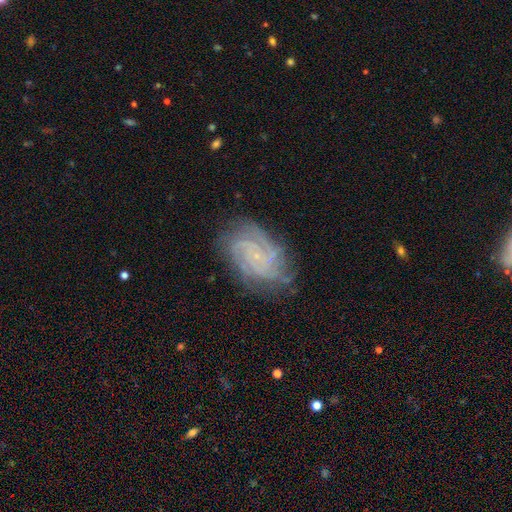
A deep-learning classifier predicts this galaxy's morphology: Smooth or featured?
  - featured or disk: 82% *
  - smooth: 10%
  - star or artifact: 8%
Edge-on disk?
  - no: 97% *
  - yes: 3%
Bar?
  - no: 66% *
  - weak: 28%
  - strong: 6%
Spiral arms?
  - yes: 97% *
  - no: 3%
Spiral winding?
  - tight: 60% *
  - medium: 32%
  - loose: 7%
Spiral arm count?
  - can't tell: 24% *
  - 3: 23%
  - 4: 20%
  - 2: 17%
  - more than 4: 8%
  - 1: 7%
Bulge size?
  - small: 76% *
  - none: 14%
  - moderate: 8%
  - large: 1%
  - dominant: 1%
Merging?
  - none: 76% *
  - minor disturbance: 16%
  - major disturbance: 6%
  - merger: 1%